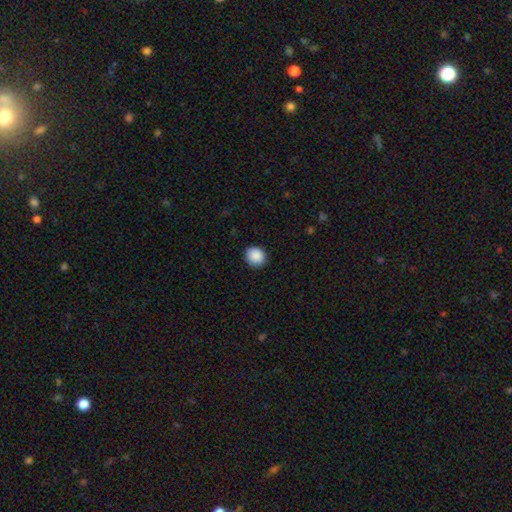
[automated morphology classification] smooth-or-featured: smooth: 89% | star or artifact: 8% | featured or disk: 2%
  how-rounded: round: 84% | in between: 16% | cigar-shaped: 1%
  merging: none: 90% | minor disturbance: 7% | major disturbance: 2% | merger: 1%